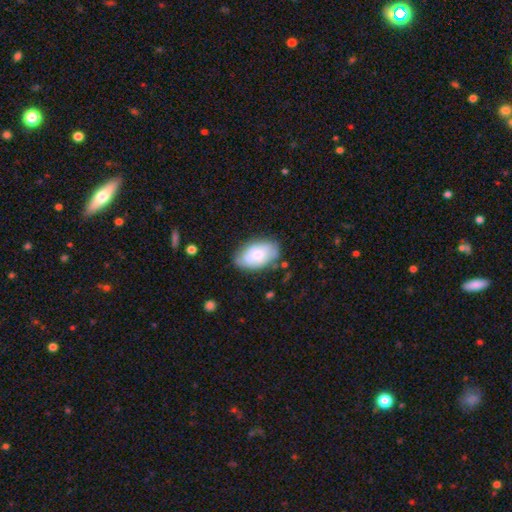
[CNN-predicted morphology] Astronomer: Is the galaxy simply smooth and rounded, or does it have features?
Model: smooth — 63%.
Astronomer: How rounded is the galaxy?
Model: in between — 92%.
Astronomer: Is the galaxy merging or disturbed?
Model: none — 70%.